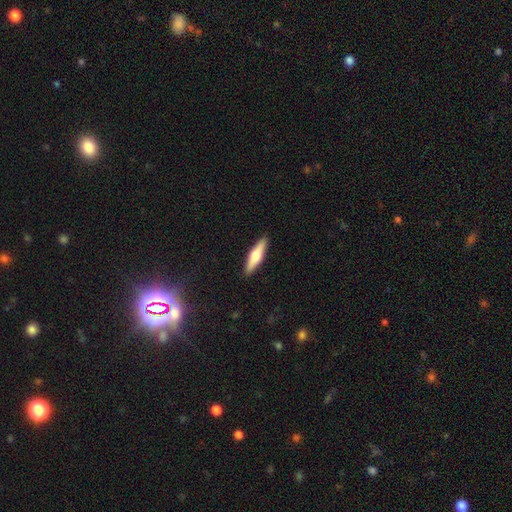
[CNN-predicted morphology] smooth_or_featured: smooth (p=0.51) [alt: featured or disk p=0.43]
how_rounded: cigar-shaped (p=0.72) [alt: in between p=0.26]
merging: none (p=0.91) [alt: minor disturbance p=0.07]